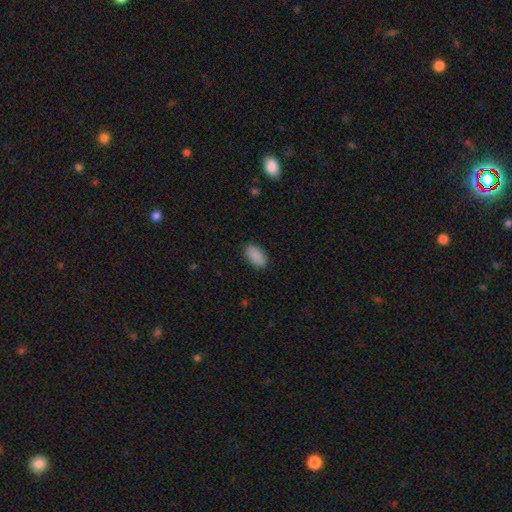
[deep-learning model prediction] smooth-or-featured: smooth: 89% | star or artifact: 7% | featured or disk: 3%
  how-rounded: in between: 93% | round: 3% | cigar-shaped: 3%
  merging: none: 86% | minor disturbance: 10% | major disturbance: 2% | merger: 1%